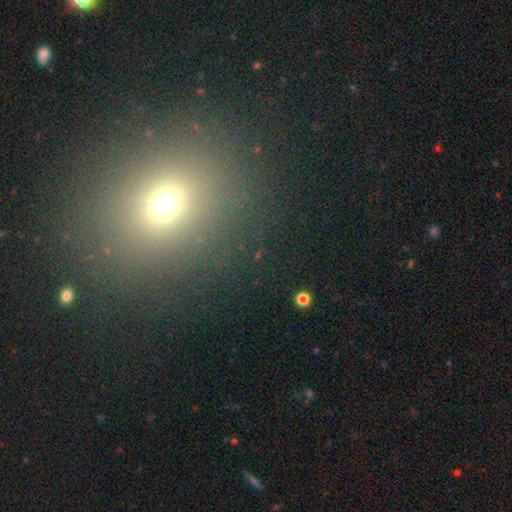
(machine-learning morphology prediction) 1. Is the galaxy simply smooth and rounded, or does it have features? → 55% smooth, 35% star or artifact, 10% featured or disk.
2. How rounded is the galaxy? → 68% round, 30% in between, 2% cigar-shaped.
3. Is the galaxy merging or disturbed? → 86% none, 7% minor disturbance, 4% major disturbance, 3% merger.